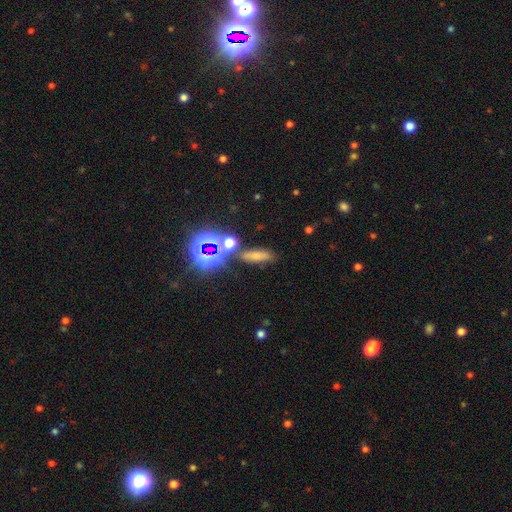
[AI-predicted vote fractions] Overall: smooth (61%; star or artifact 28%). How rounded: cigar-shaped (43%; in between 41%). Merging: none (76%).